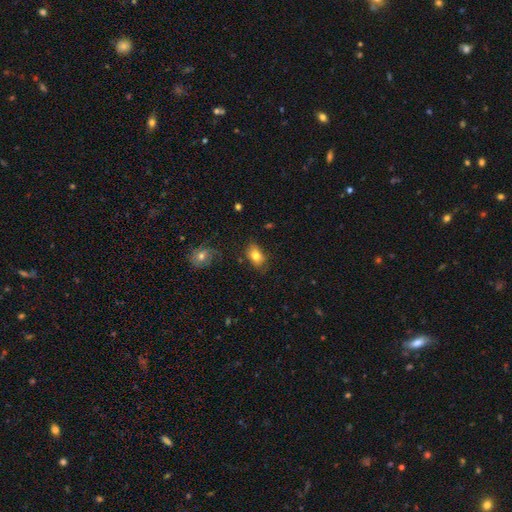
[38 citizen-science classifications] smooth 82%, featured or disk 11%, star or artifact 8%. Down the decision tree: how rounded — in between (97%); merging — none (66%).